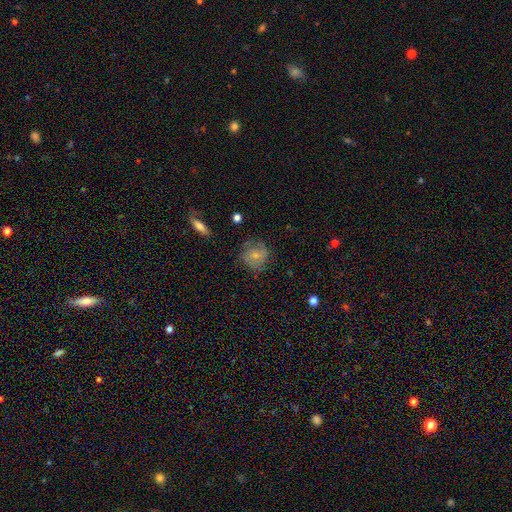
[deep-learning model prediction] Smooth or featured: smooth — 52% (featured or disk — 40%)
How rounded: round — 82% (in between — 16%)
Merging: none — 65% (minor disturbance — 22%)